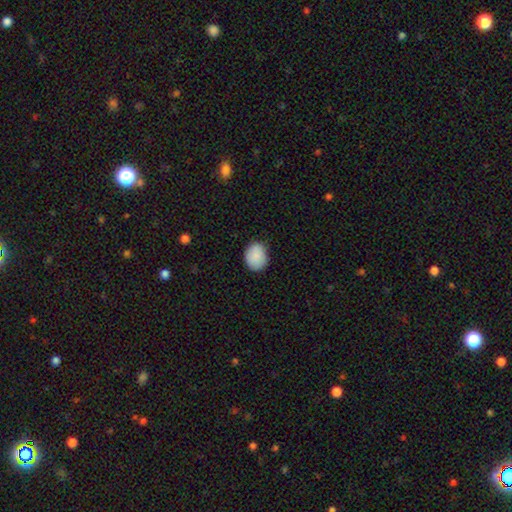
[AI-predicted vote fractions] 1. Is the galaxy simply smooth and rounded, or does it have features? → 88% smooth, 7% star or artifact, 5% featured or disk.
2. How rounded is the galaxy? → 54% in between, 45% round, 1% cigar-shaped.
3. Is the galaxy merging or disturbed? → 79% none, 17% minor disturbance, 3% major disturbance, 1% merger.